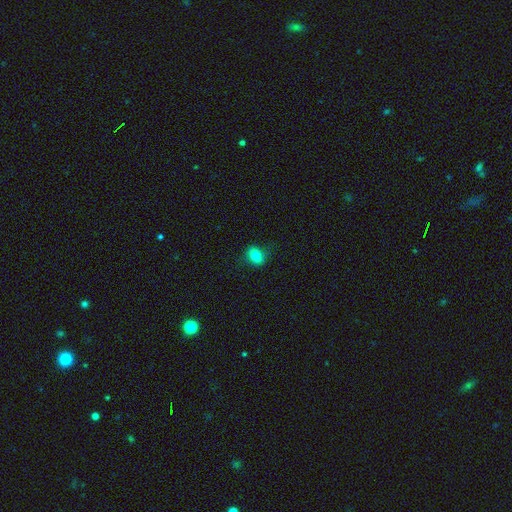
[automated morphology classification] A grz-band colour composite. It shows a smooth galaxy with no disk features (81%) that is in between round and cigar-shaped (71%). Merging: none (81%).